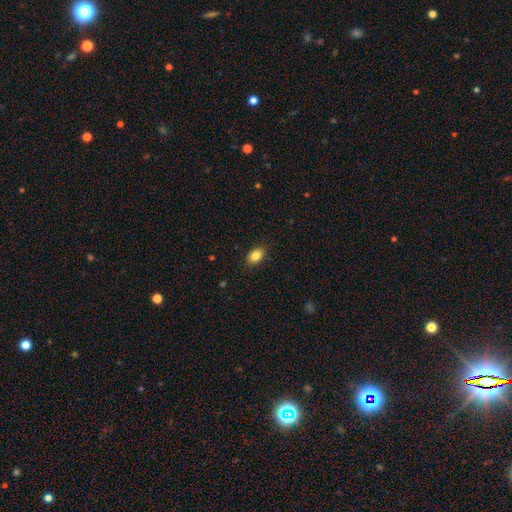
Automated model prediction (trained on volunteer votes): Q: Smooth or featured?
A: smooth (85%); runner-up: star or artifact (9%)
Q: How rounded?
A: in between (83%); runner-up: round (15%)
Q: Merging?
A: none (87%); runner-up: minor disturbance (10%)